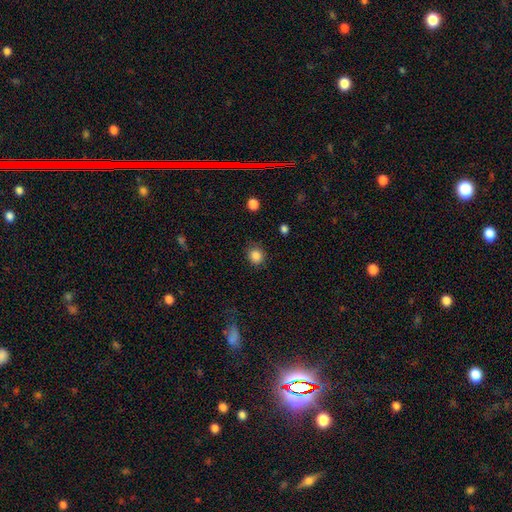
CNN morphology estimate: smooth 85%, star or artifact 10%, featured or disk 4%. Down the decision tree: how rounded — round (81%); merging — none (82%).